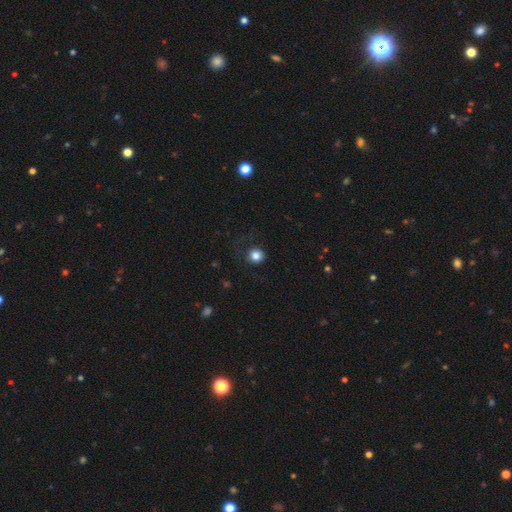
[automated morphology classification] smooth_or_featured: smooth (p=0.83) [alt: star or artifact p=0.11]
how_rounded: round (p=0.92) [alt: in between p=0.07]
merging: none (p=0.79) [alt: minor disturbance p=0.12]